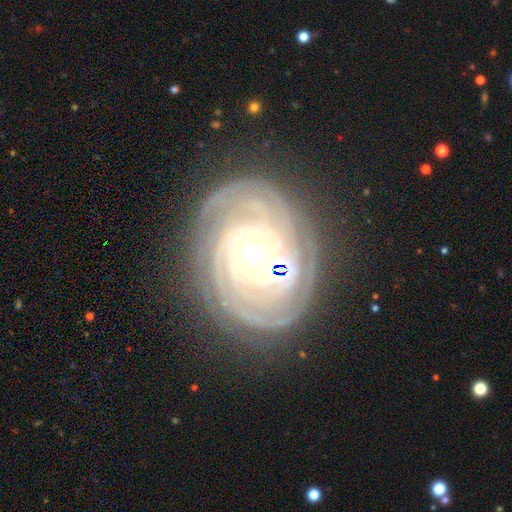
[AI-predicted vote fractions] The model was most divided on "spiral arm count": 3: 22%, can't tell: 20%, 4: 19%, more than 4: 15%, 2: 15%, 1: 8%. More confident: spiral arms — yes (98%); edge-on disk — no (97%); smooth or featured — featured or disk (88%); spiral winding — tight (86%); merging — none (79%); bar — no (65%); bulge size — moderate (62%).